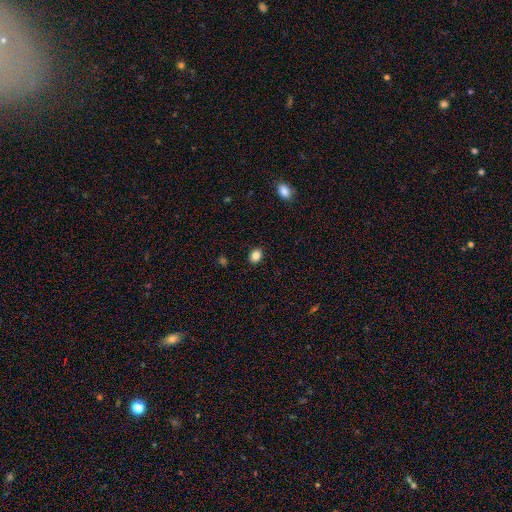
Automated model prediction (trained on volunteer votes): Smooth or featured: smooth — 84% (star or artifact — 10%)
How rounded: in between — 54% (round — 45%)
Merging: none — 89% (minor disturbance — 8%)